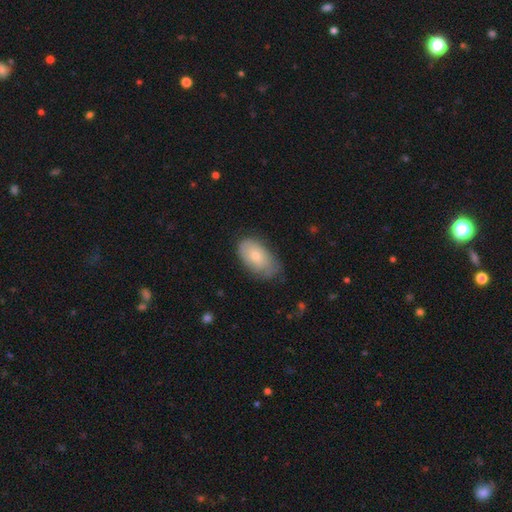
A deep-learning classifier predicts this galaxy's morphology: smooth-or-featured: smooth: 70% | featured or disk: 24% | star or artifact: 6%
  how-rounded: in between: 94% | round: 5% | cigar-shaped: 2%
  merging: none: 58% | minor disturbance: 33% | major disturbance: 8% | merger: 1%